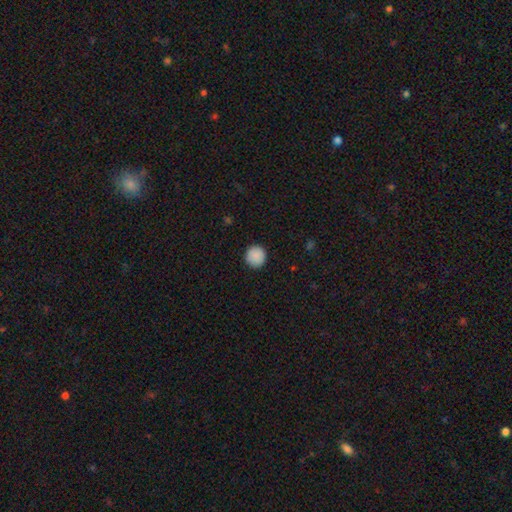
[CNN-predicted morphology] type=smooth (89%); roundness=round (95%); merging=none (92%).